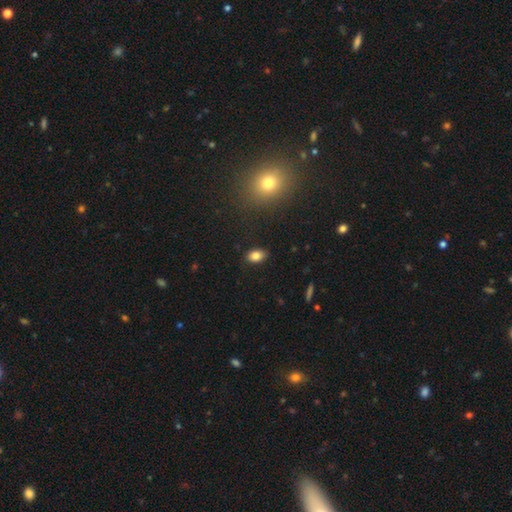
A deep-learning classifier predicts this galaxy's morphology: smooth-or-featured: smooth: 83% | star or artifact: 9% | featured or disk: 8%
  how-rounded: in between: 87% | round: 12% | cigar-shaped: 2%
  merging: none: 86% | minor disturbance: 11% | major disturbance: 2% | merger: 1%